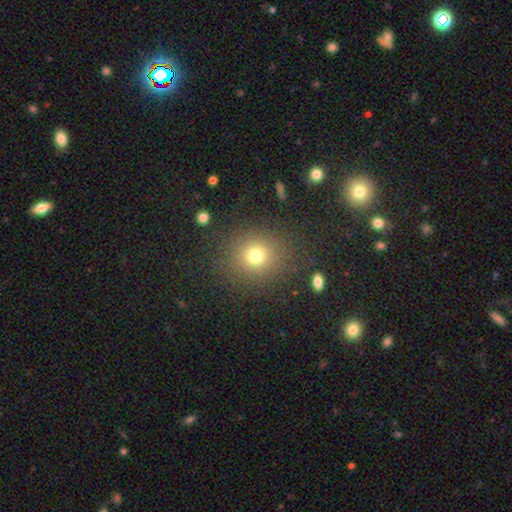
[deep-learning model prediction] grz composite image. It shows a smooth galaxy with no disk features (73%) that is round (83%). Merging: none (86%).